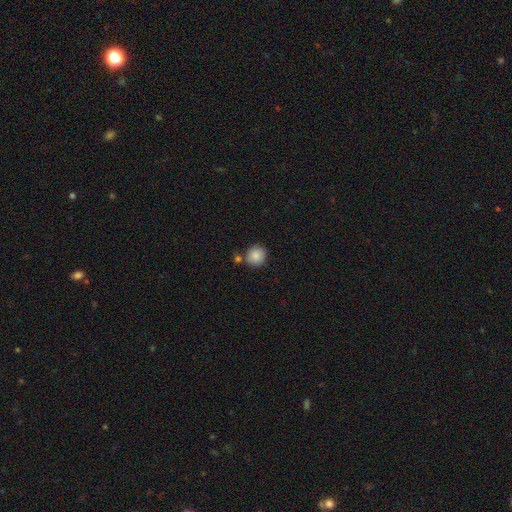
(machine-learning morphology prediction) This is clearly a smooth galaxy (86%). How rounded: clearly round (91%). Merging: likely none (75%).